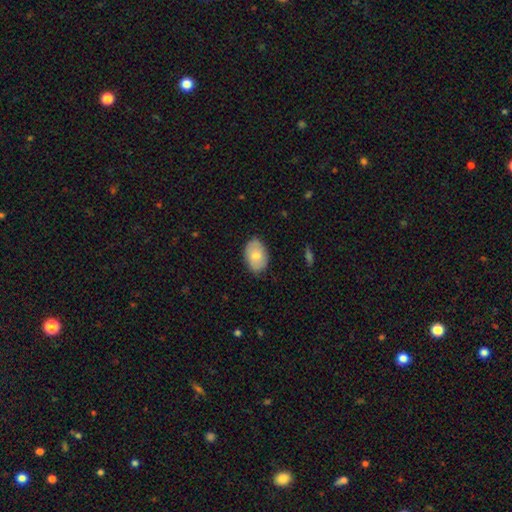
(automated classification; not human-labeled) Overall: smooth (73%). How rounded: in between (87%). Merging: none (82%).